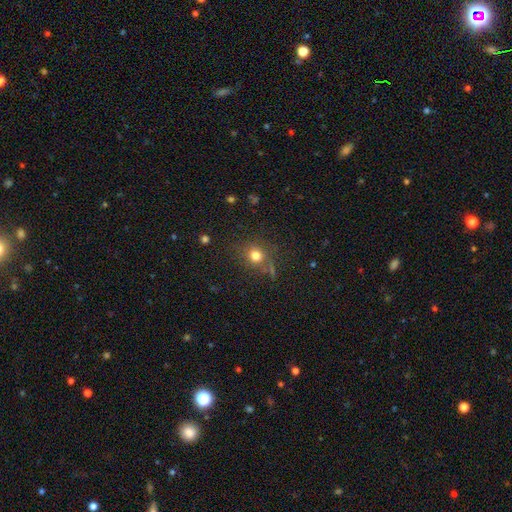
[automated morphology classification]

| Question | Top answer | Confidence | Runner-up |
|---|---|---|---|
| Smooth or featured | smooth | 75% | star or artifact (18%) |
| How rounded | round | 87% | in between (12%) |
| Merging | none | 79% | minor disturbance (12%) |